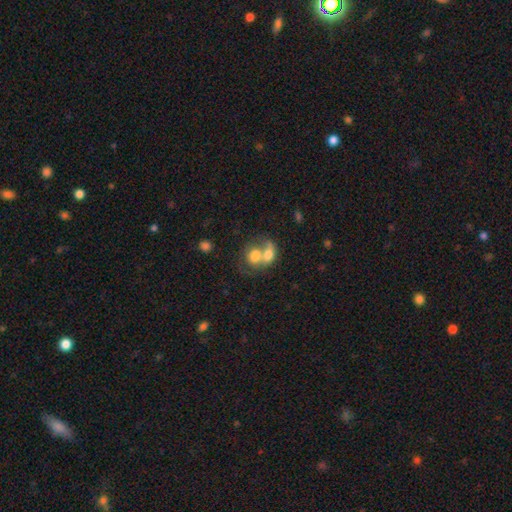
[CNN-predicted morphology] This appears to be a smooth galaxy with no disk features (66%) that is in between round and cigar-shaped (57%). Merging: merger (76%).